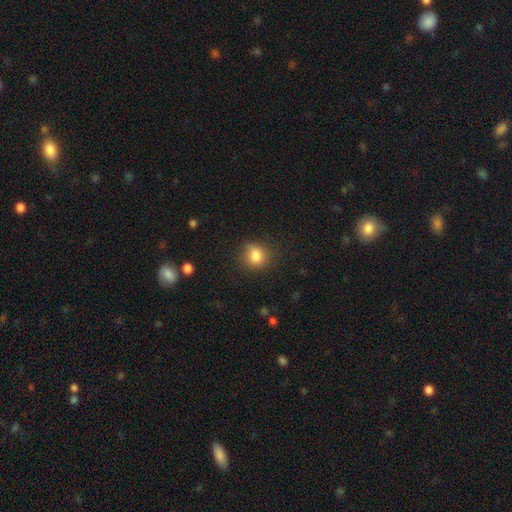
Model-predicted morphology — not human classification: type=smooth (82%); roundness=round (73%); merging=none (67%).